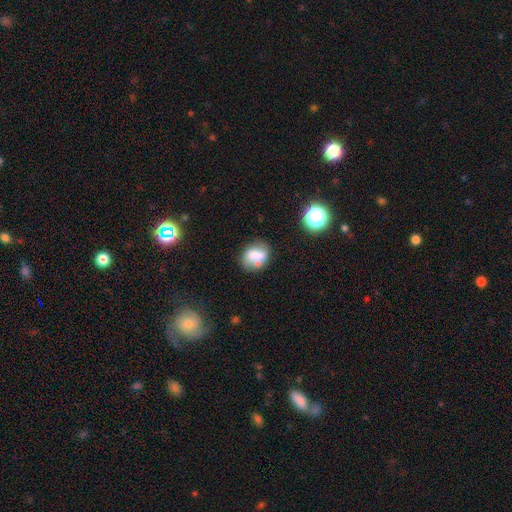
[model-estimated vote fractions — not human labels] Morphology: type=smooth (67%); roundness=in between (58%); merging=none (51%).